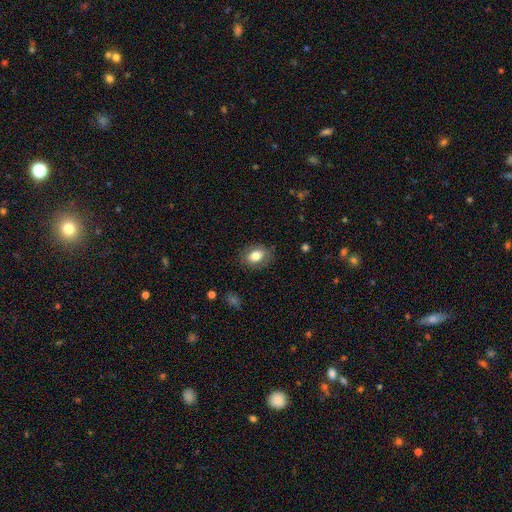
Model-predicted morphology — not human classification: This appears to be a smooth galaxy with no disk features (79%) that is in between round and cigar-shaped (76%). Merging: none (82%).